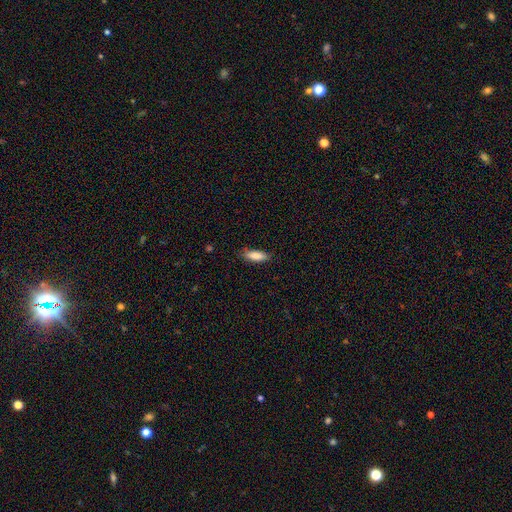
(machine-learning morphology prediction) A smooth galaxy with no disk features (87%) that is in between round and cigar-shaped (60%).

Vote fractions:
- Smooth or featured? smooth: 87% / featured or disk: 7% / star or artifact: 6%
- How rounded? in between: 60% / cigar-shaped: 39% / round: 2%
- Merging? none: 84% / minor disturbance: 13% / major disturbance: 2% / merger: 1%